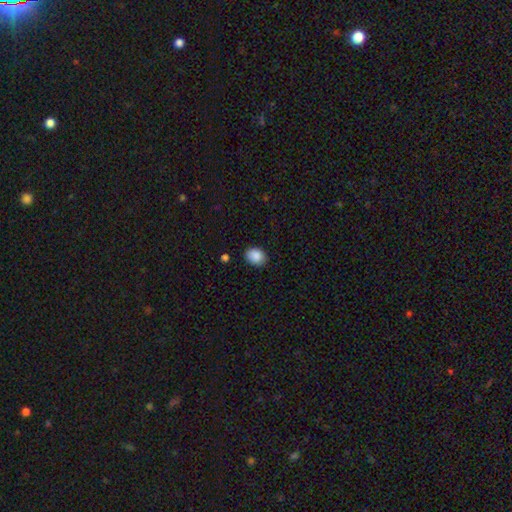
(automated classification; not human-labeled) Smooth or featured? smooth (88%)
How rounded? in between (61%)
Merging? none (87%)